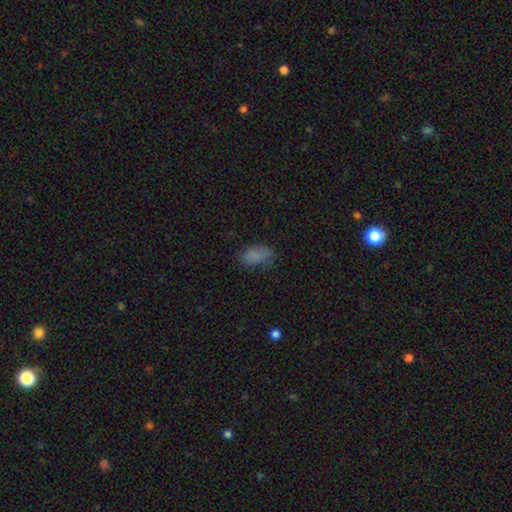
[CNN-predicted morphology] type=smooth (80%); roundness=in between (92%); merging=none (65%).